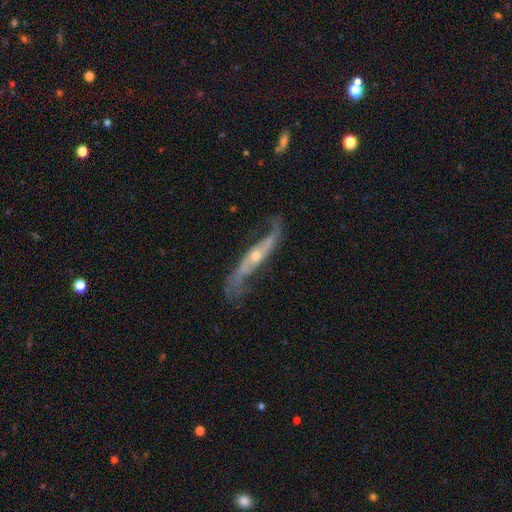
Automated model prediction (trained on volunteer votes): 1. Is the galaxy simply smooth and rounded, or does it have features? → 87% featured or disk, 8% smooth, 5% star or artifact.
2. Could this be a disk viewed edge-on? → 67% no, 33% yes.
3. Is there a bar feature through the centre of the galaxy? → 52% no, 24% strong, 24% weak.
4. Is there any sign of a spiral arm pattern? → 93% yes, 7% no.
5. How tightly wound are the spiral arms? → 82% loose, 13% medium, 6% tight.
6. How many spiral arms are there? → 92% 2, 3% can't tell, 2% 1, 1% 3, 1% 4, 1% more than 4.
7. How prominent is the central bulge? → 53% small, 43% moderate, 2% large, 1% none, 1% dominant.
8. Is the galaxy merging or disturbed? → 62% none, 21% minor disturbance, 14% major disturbance, 3% merger.